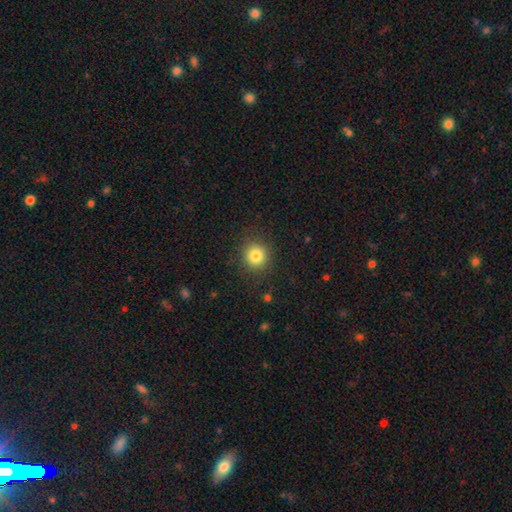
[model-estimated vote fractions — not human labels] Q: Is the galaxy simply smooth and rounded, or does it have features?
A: smooth — 82%.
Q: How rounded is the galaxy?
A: round — 91%.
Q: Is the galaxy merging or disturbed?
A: none — 89%.